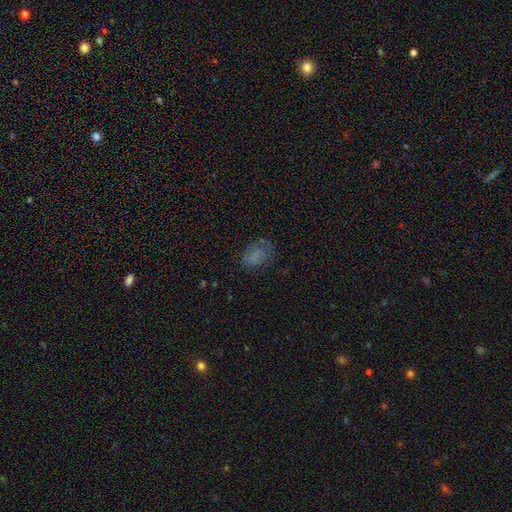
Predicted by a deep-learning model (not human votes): smooth 62%, featured or disk 21%, star or artifact 17%. Down the decision tree: how rounded — in between (79%); merging — none (53%).